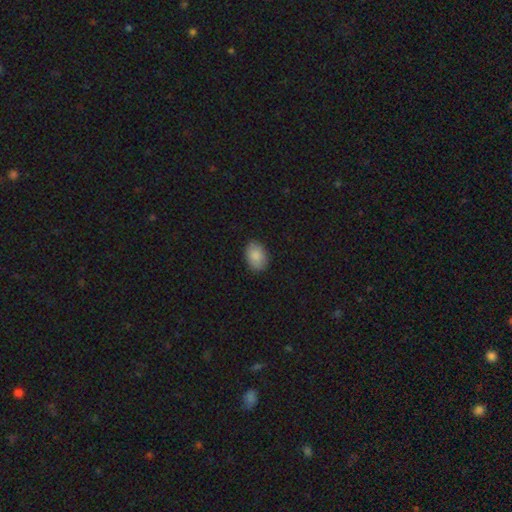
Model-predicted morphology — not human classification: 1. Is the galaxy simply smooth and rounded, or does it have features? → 88% smooth, 7% star or artifact, 5% featured or disk.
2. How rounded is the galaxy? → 82% in between, 17% round, 1% cigar-shaped.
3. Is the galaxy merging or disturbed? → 88% none, 9% minor disturbance, 2% major disturbance, 1% merger.